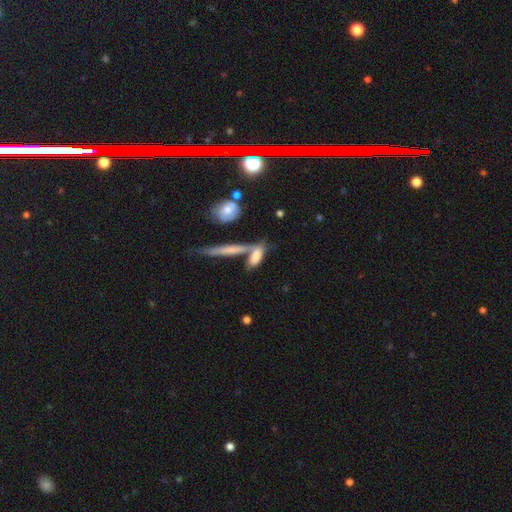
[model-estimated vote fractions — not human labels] Smooth or featured?
  - smooth: 68% *
  - featured or disk: 23%
  - star or artifact: 8%
How rounded?
  - in between: 58% *
  - cigar-shaped: 37%
  - round: 4%
Merging?
  - merger: 43% *
  - none: 35%
  - minor disturbance: 14%
  - major disturbance: 9%